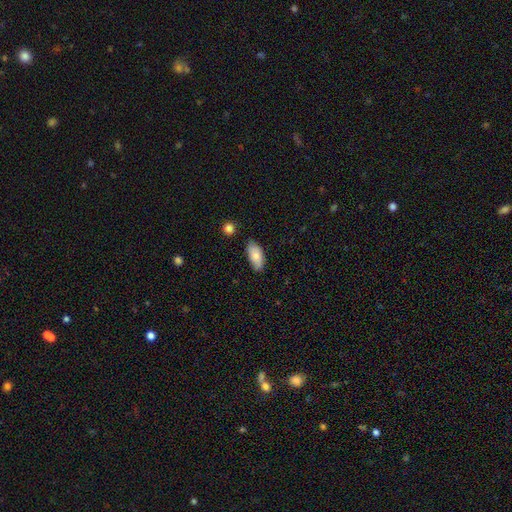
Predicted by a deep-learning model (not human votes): A smooth galaxy with no disk features (79%) that is in between round and cigar-shaped (91%). Merging: none (79%).